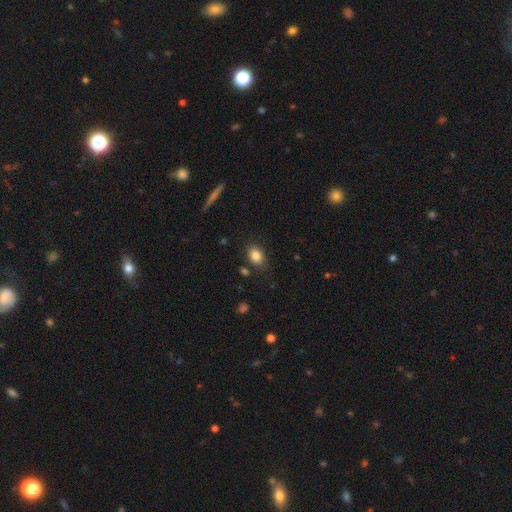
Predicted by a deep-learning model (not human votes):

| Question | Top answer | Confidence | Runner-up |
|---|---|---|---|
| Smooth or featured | smooth | 84% | star or artifact (9%) |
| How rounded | in between | 71% | round (27%) |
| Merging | none | 82% | minor disturbance (12%) |